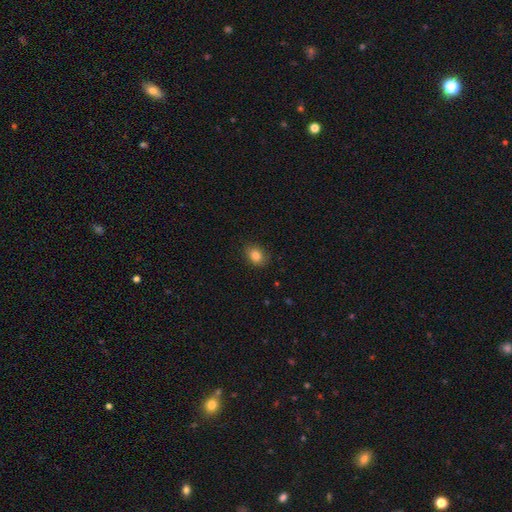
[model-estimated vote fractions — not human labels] Q: Smooth or featured?
A: smooth (83%); runner-up: star or artifact (10%)
Q: How rounded?
A: in between (59%); runner-up: round (40%)
Q: Merging?
A: none (86%); runner-up: minor disturbance (10%)